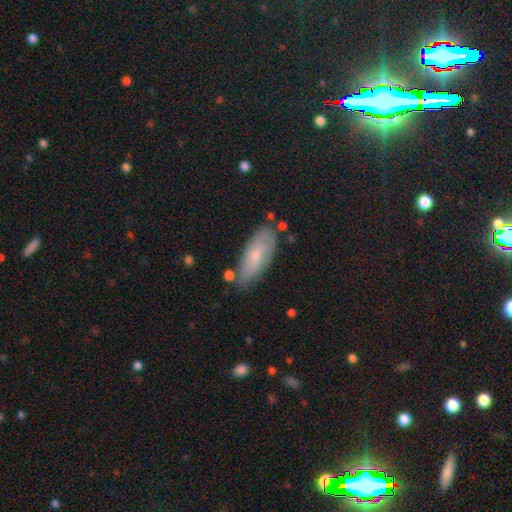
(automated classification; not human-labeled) smooth_or_featured: smooth (p=0.72) [alt: featured or disk p=0.20]
how_rounded: in between (p=0.77) [alt: cigar-shaped p=0.21]
merging: none (p=0.76) [alt: minor disturbance p=0.17]